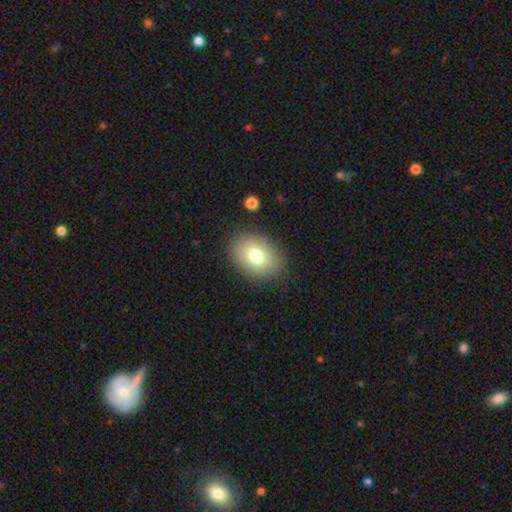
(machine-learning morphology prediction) Smooth or featured? smooth (75%)
How rounded? in between (73%)
Merging? none (84%)